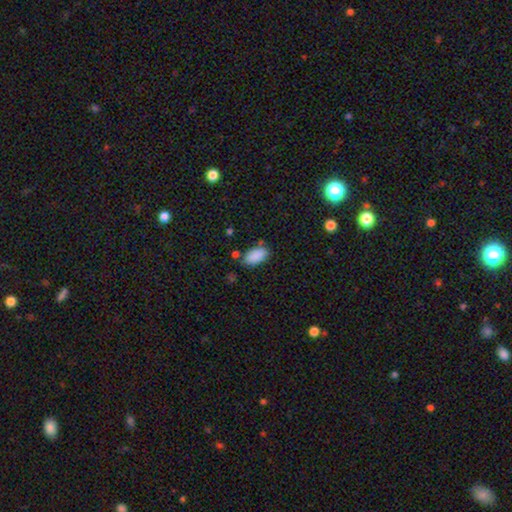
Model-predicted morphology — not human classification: Overall: smooth (89%). How rounded: in between (94%). Merging: none (75%).